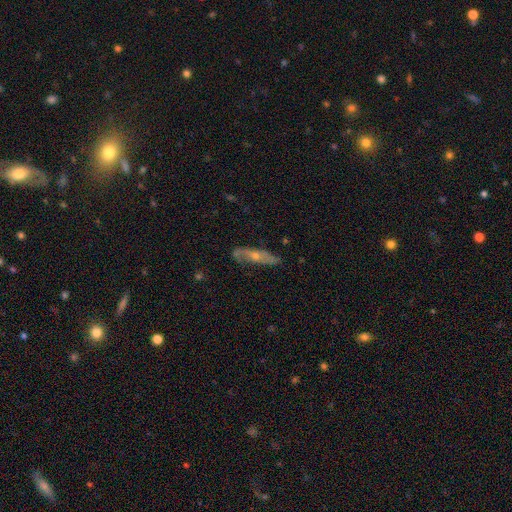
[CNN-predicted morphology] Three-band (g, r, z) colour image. It shows a featured or disk galaxy (69%). Merging: none (76%).